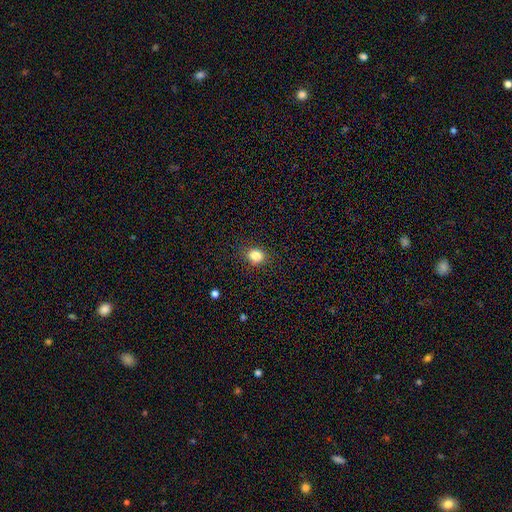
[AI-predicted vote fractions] Morphology: type=smooth (84%); roundness=round (58%); merging=none (87%).